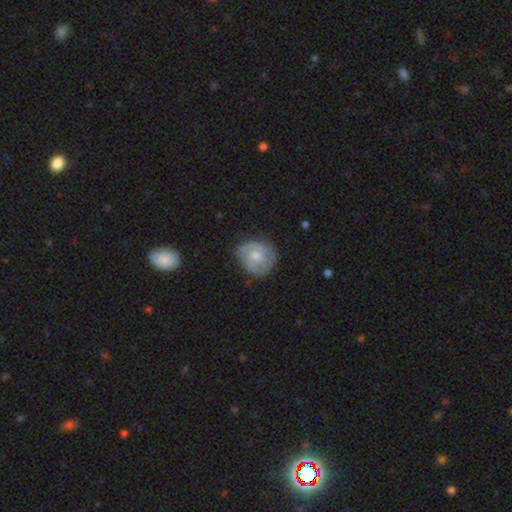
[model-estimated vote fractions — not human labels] Smooth or featured? smooth (51%)
How rounded? round (70%)
Merging? none (60%)